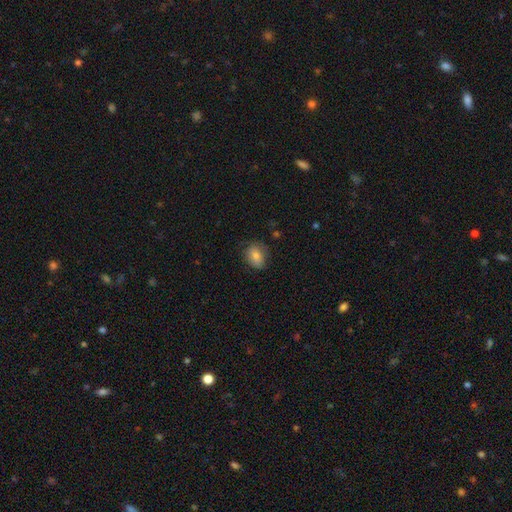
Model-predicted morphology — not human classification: Smooth or featured: smooth — 80% (featured or disk — 12%)
How rounded: in between — 61% (round — 38%)
Merging: none — 75% (minor disturbance — 19%)